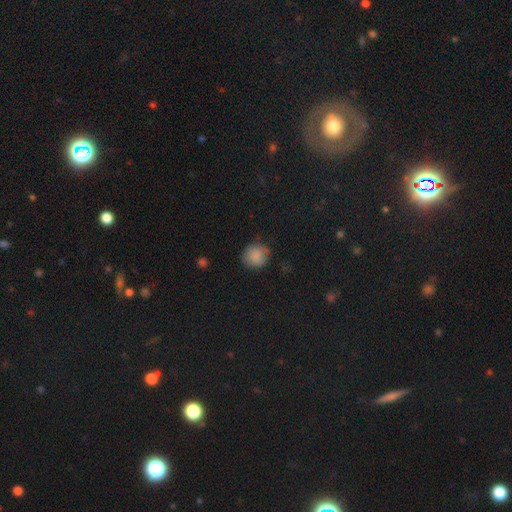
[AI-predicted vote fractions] A smooth galaxy with no disk features (85%) that is round (86%). Merging: none (78%).